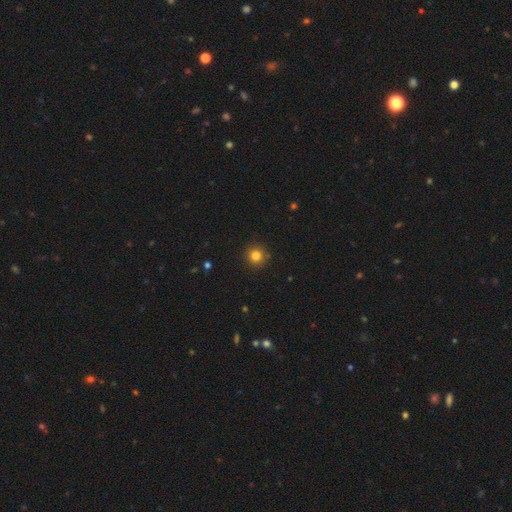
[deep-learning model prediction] Smooth or featured? Predicted: smooth (p=0.82). How rounded? Predicted: round (p=0.94). Merging? Predicted: none (p=0.92).